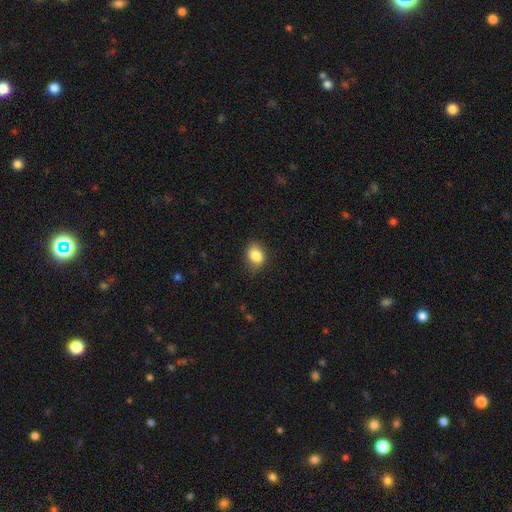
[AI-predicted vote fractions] Q: Smooth or featured?
A: smooth (86%); runner-up: star or artifact (9%)
Q: How rounded?
A: in between (62%); runner-up: round (36%)
Q: Merging?
A: none (80%); runner-up: minor disturbance (16%)